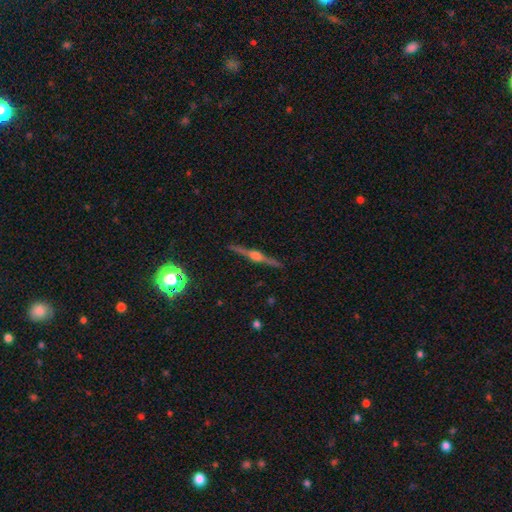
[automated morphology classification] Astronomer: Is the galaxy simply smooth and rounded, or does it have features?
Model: featured or disk — 85%.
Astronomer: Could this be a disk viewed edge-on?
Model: yes — 98%.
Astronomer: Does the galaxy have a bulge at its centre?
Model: rounded — 89%.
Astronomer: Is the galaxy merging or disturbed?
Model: none — 91%.